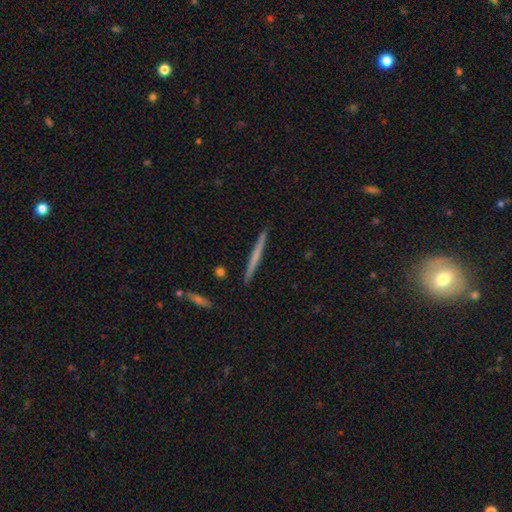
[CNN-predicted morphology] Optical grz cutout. It shows a smooth galaxy with no disk features (51%) that is cigar-shaped (97%). Merging: none (92%).